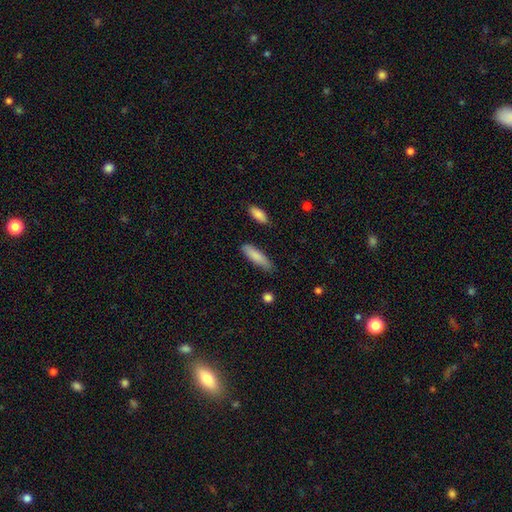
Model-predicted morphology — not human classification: Smooth or featured? smooth (84%)
How rounded? cigar-shaped (62%)
Merging? none (79%)